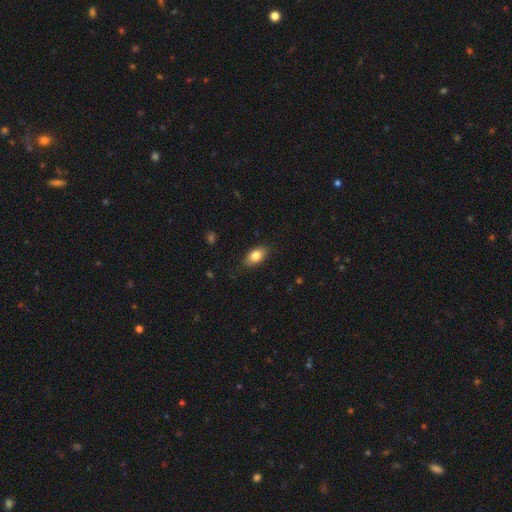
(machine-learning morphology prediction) Q: Smooth or featured?
A: smooth (82%); runner-up: featured or disk (11%)
Q: How rounded?
A: in between (88%); runner-up: round (8%)
Q: Merging?
A: none (83%); runner-up: minor disturbance (14%)